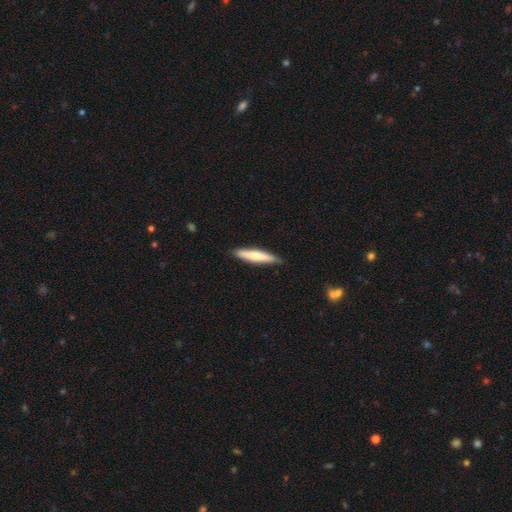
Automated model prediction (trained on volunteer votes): Overall: smooth (68%). How rounded: cigar-shaped (89%). Merging: none (88%).